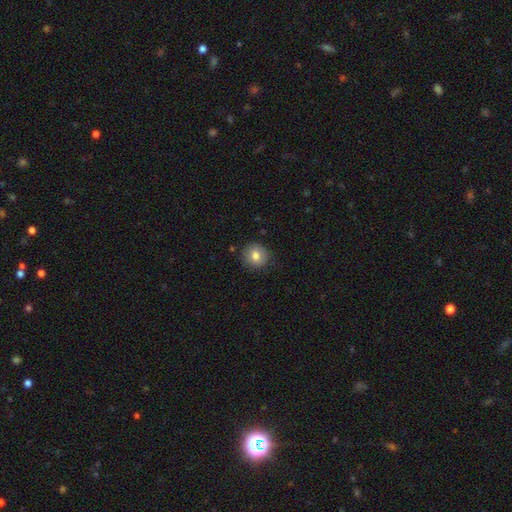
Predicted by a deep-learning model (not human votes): smooth_or_featured: smooth (p=0.80) [alt: featured or disk p=0.10]
how_rounded: round (p=0.90) [alt: in between p=0.10]
merging: none (p=0.87) [alt: minor disturbance p=0.10]